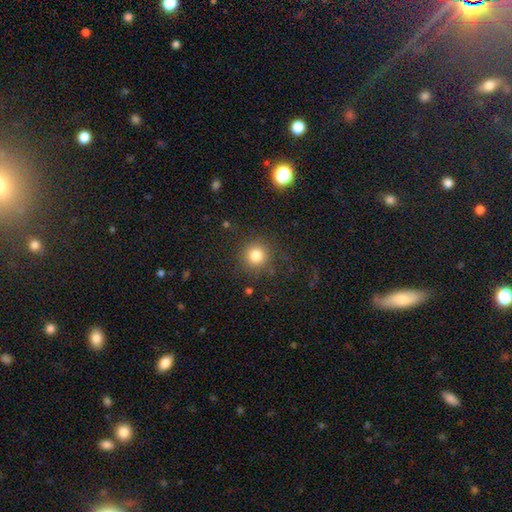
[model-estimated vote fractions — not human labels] Smooth or featured?
  - smooth: 81% *
  - star or artifact: 12%
  - featured or disk: 6%
How rounded?
  - round: 93% *
  - in between: 6%
  - cigar-shaped: 1%
Merging?
  - none: 86% *
  - minor disturbance: 8%
  - major disturbance: 4%
  - merger: 2%